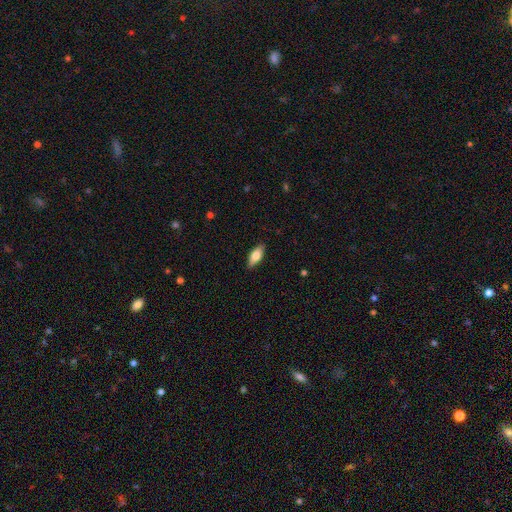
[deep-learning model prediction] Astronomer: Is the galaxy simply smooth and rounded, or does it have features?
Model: smooth — 71%.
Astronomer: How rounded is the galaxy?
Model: in between — 79%.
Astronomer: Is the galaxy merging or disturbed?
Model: none — 88%.